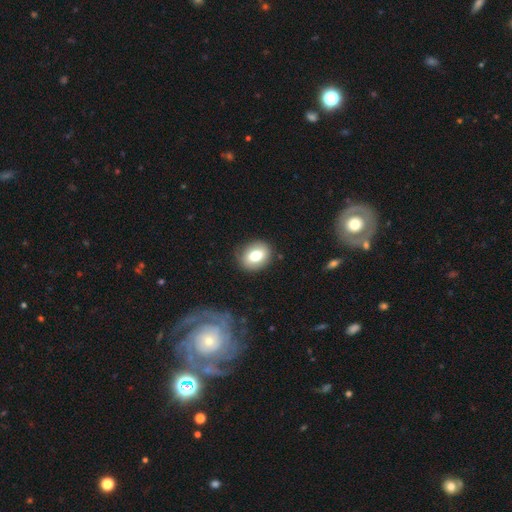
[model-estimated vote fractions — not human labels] smooth_or_featured: smooth (p=0.74) [alt: featured or disk p=0.18]
how_rounded: round (p=0.50) [alt: in between p=0.49]
merging: none (p=0.84) [alt: minor disturbance p=0.11]